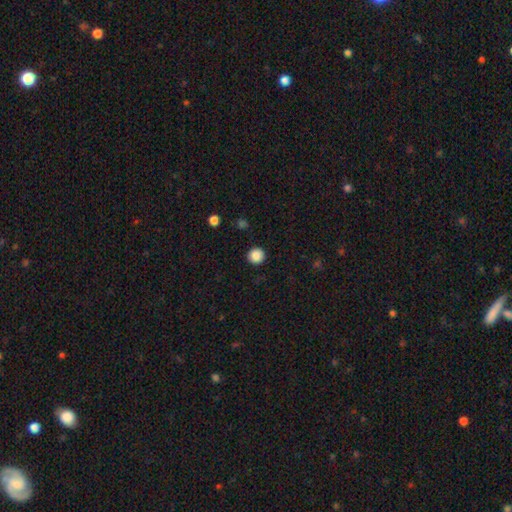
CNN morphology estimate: type=smooth (87%); roundness=round (94%); merging=none (91%).